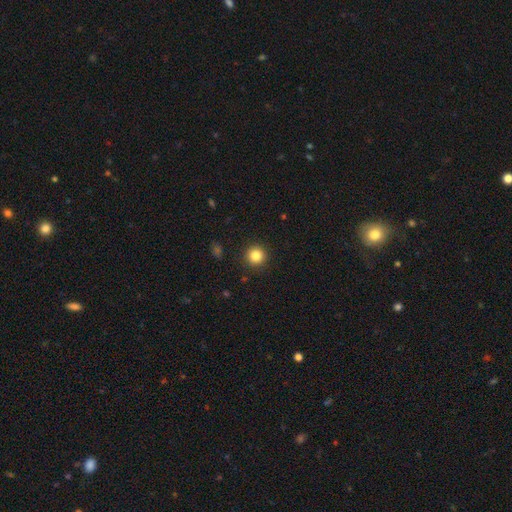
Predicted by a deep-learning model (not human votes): A smooth galaxy with no disk features (84%) that is round (95%). Merging: none (92%).